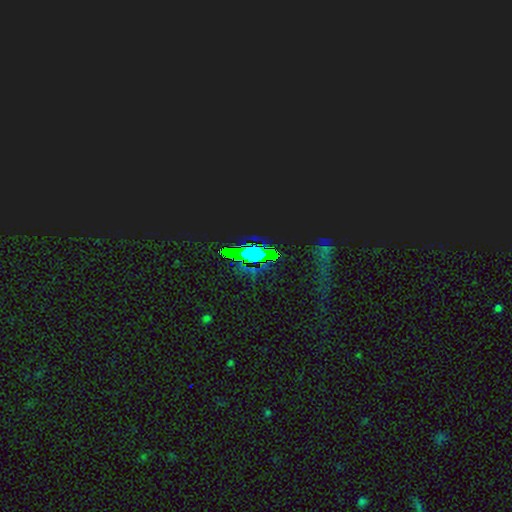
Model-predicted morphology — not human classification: This is likely a star or artifact rather than a galaxy (75%).